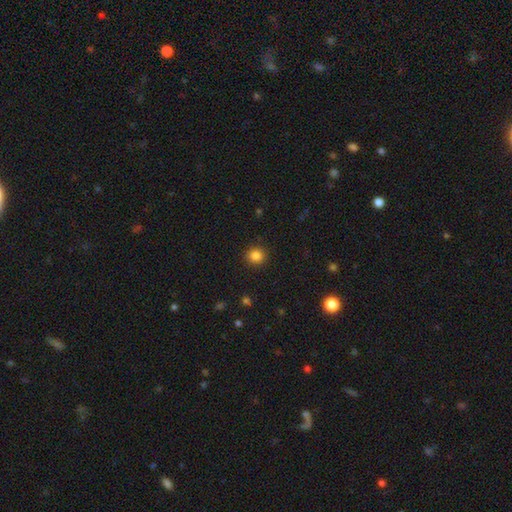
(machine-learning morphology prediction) The model was most divided on "smooth or featured": smooth: 84%, star or artifact: 11%, featured or disk: 4%. More confident: merging — none (91%); how rounded — round (88%).